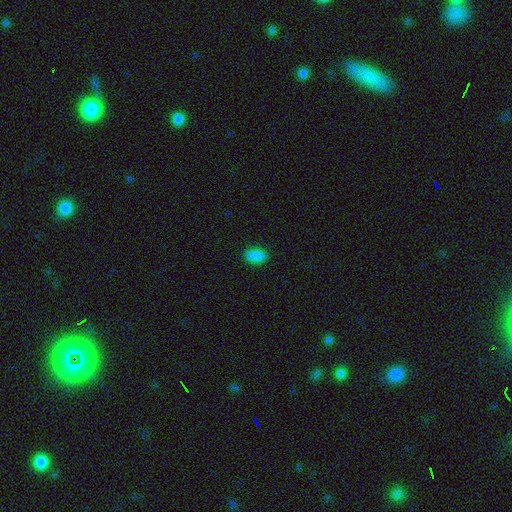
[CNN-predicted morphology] Smooth or featured?
  - smooth: 87% *
  - star or artifact: 10%
  - featured or disk: 3%
How rounded?
  - in between: 90% *
  - round: 9%
  - cigar-shaped: 2%
Merging?
  - none: 89% *
  - minor disturbance: 8%
  - major disturbance: 2%
  - merger: 1%